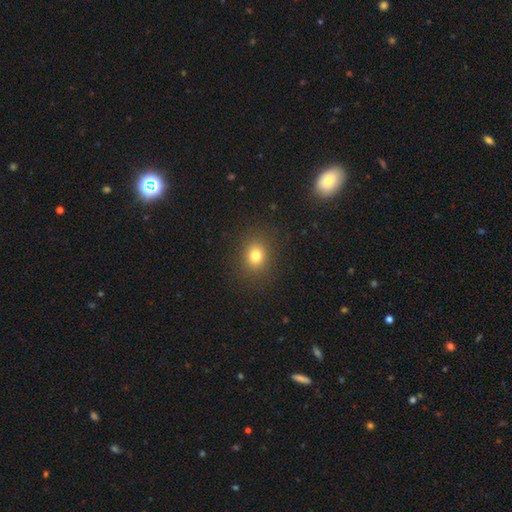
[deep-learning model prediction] A smooth galaxy with no disk features (78%) that is round (63%). Merging: none (88%).